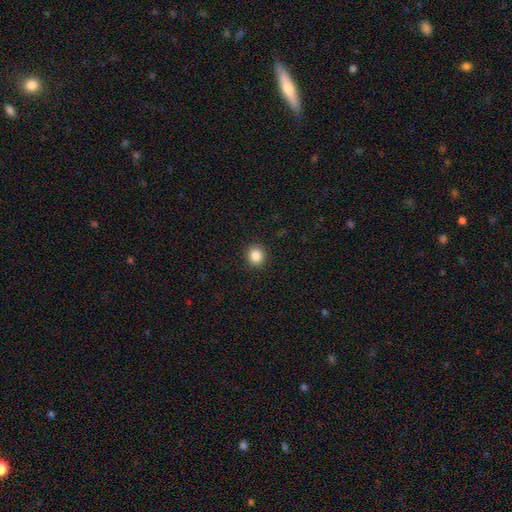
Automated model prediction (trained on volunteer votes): Smooth or featured?
  - smooth: 86% *
  - star or artifact: 10%
  - featured or disk: 4%
How rounded?
  - round: 85% *
  - in between: 15%
  - cigar-shaped: 1%
Merging?
  - none: 92% *
  - minor disturbance: 5%
  - major disturbance: 2%
  - merger: 1%